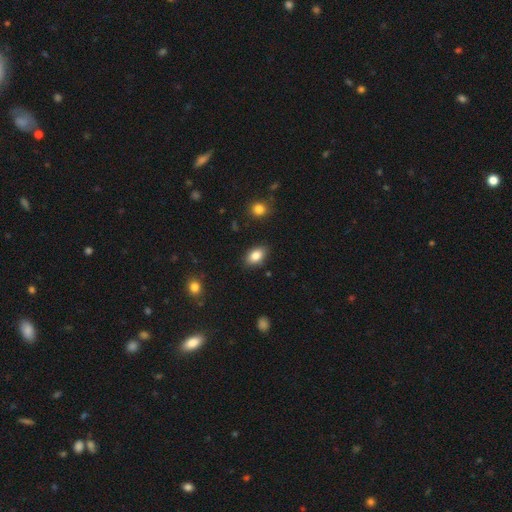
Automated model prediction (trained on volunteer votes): Smooth or featured?
  - smooth: 84% *
  - star or artifact: 8%
  - featured or disk: 8%
How rounded?
  - in between: 88% *
  - round: 10%
  - cigar-shaped: 2%
Merging?
  - none: 85% *
  - minor disturbance: 11%
  - major disturbance: 2%
  - merger: 2%